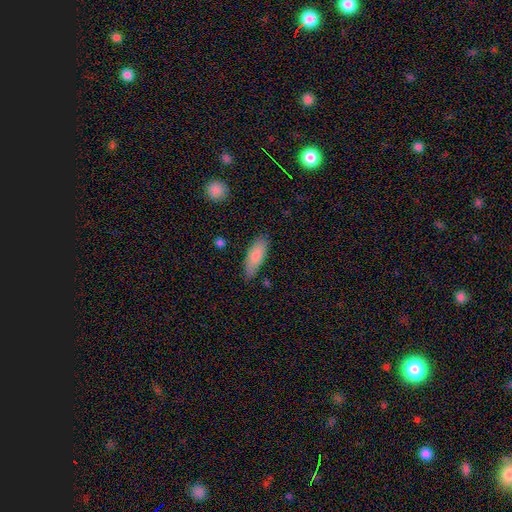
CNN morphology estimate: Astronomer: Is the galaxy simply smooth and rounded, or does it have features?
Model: smooth — 82%.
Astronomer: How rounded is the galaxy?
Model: in between — 72%.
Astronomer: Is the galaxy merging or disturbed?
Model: none — 77%.